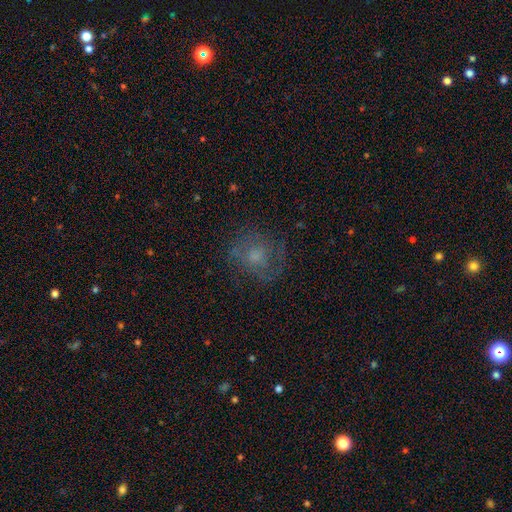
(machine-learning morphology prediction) featured or disk 46%, smooth 40%, star or artifact 14%. Down the decision tree: merging — none (66%).